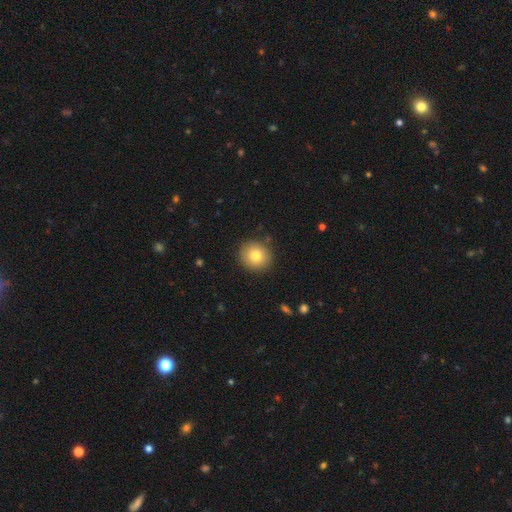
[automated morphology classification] type=smooth (80%); roundness=round (88%); merging=none (89%).